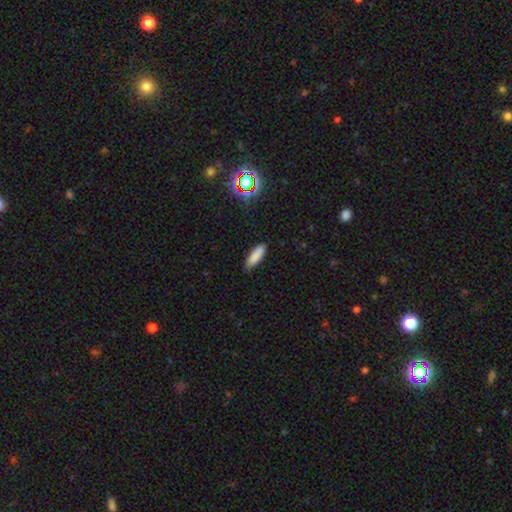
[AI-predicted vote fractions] Overall: smooth (85%). How rounded: in between (52%; cigar-shaped 47%). Merging: none (83%).